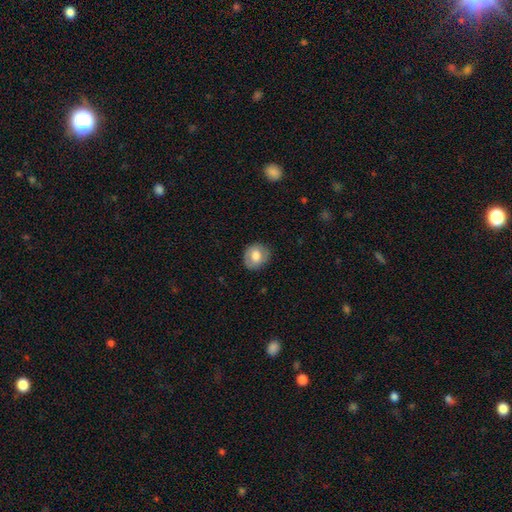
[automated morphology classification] The model was most divided on "how rounded": round: 62%, in between: 37%, cigar-shaped: 1%. More confident: merging — none (81%); smooth or featured — smooth (68%).